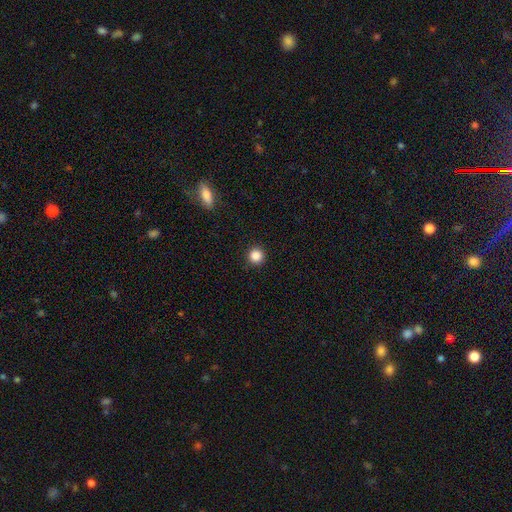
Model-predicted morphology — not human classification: type=smooth (86%); roundness=round (96%); merging=none (92%).